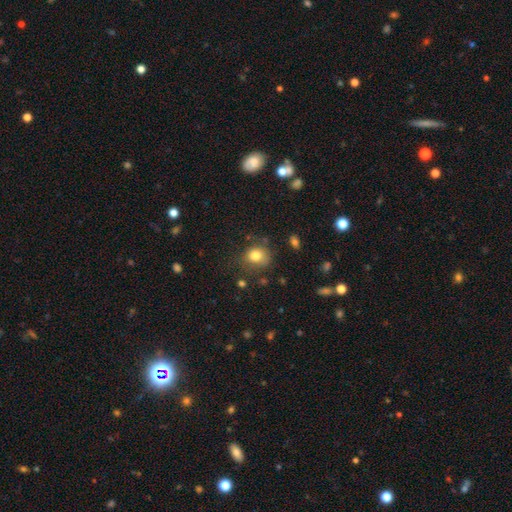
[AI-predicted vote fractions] smooth-or-featured: smooth: 80% | star or artifact: 11% | featured or disk: 9%
  how-rounded: round: 66% | in between: 33% | cigar-shaped: 1%
  merging: none: 69% | minor disturbance: 20% | major disturbance: 7% | merger: 3%